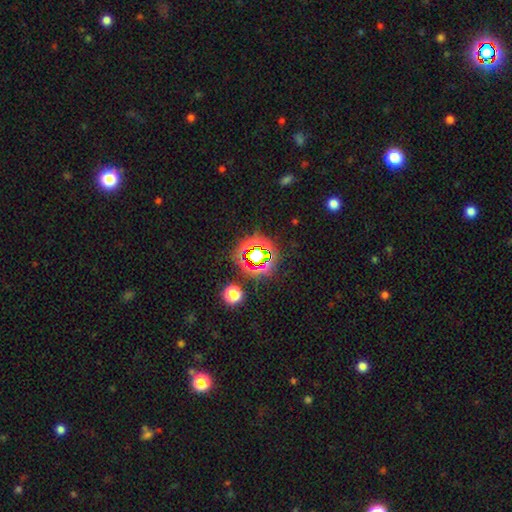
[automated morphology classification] Smooth or featured?
  - star or artifact: 65% *
  - smooth: 22%
  - featured or disk: 13%